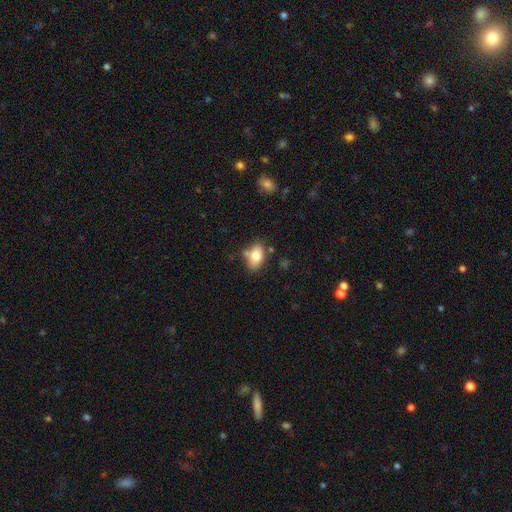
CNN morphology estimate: Q: Smooth or featured?
A: smooth (76%); runner-up: featured or disk (16%)
Q: How rounded?
A: in between (86%); runner-up: round (12%)
Q: Merging?
A: none (67%); runner-up: minor disturbance (18%)